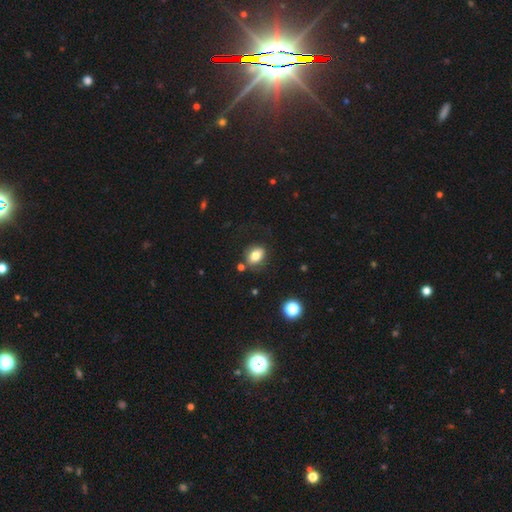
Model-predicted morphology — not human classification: A smooth galaxy with no disk features (79%) that is in between round and cigar-shaped (68%). Merging: none (75%).